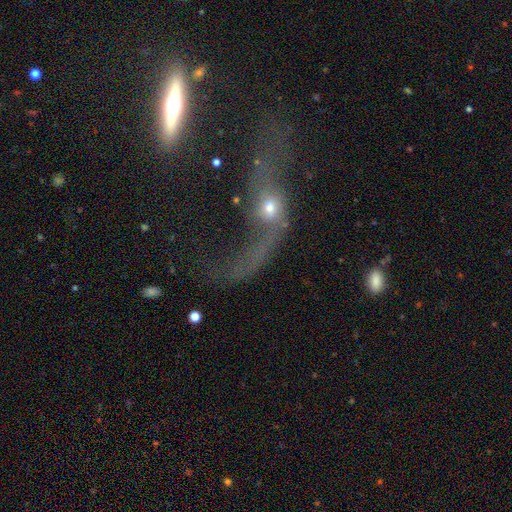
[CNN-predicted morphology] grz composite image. It shows a featured or disk galaxy (65%) with no bar (75%), spiral arms (68%) and a small central bulge (45%). Merging: major disturbance (46%).